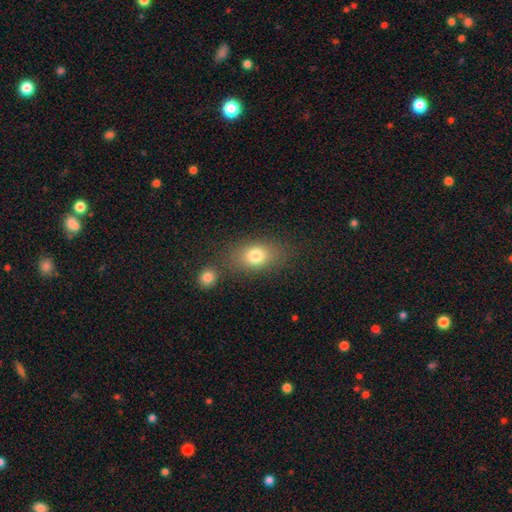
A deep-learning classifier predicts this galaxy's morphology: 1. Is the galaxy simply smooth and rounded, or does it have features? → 78% smooth, 11% star or artifact, 11% featured or disk.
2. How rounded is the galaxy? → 70% in between, 27% round, 3% cigar-shaped.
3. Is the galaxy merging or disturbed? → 69% none, 13% minor disturbance, 12% merger, 5% major disturbance.